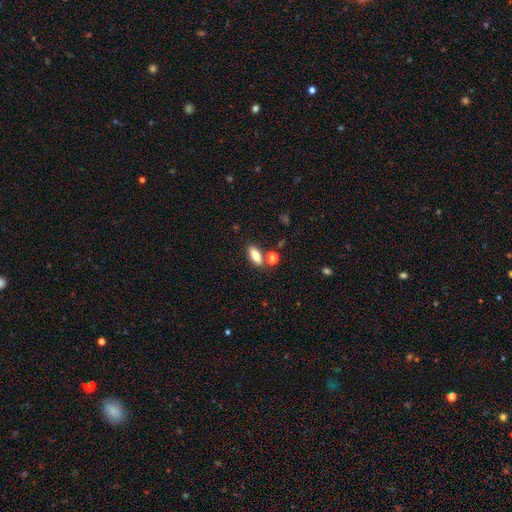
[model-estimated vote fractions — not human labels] smooth_or_featured: smooth (p=0.74) [alt: featured or disk p=0.17]
how_rounded: in between (p=0.77) [alt: cigar-shaped p=0.18]
merging: none (p=0.73) [alt: merger p=0.13]